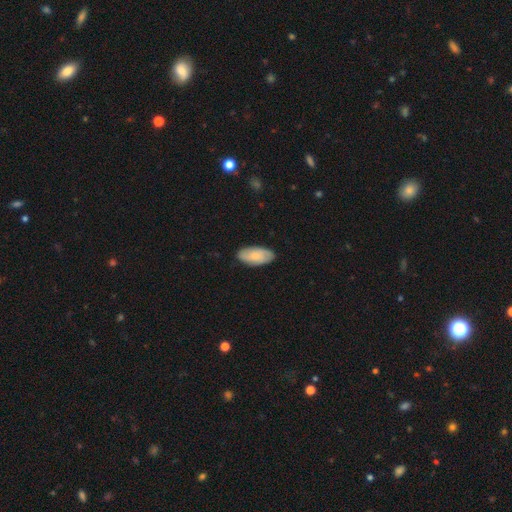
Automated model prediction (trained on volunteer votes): This is likely a smooth galaxy (71%). How rounded: clearly in between (93%). Merging: clearly none (85%).